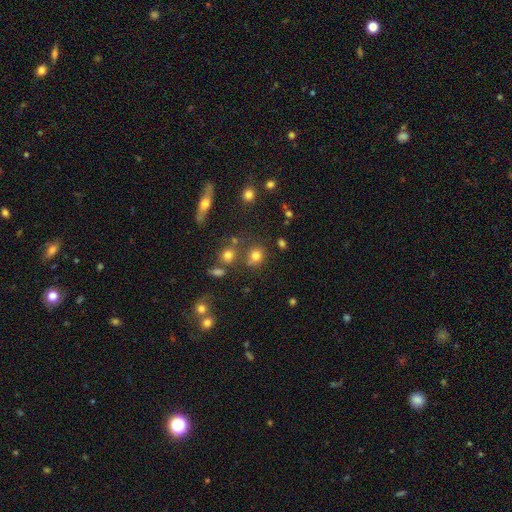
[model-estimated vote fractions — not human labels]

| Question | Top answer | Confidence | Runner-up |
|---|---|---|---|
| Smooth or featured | smooth | 74% | star or artifact (17%) |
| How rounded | round | 78% | in between (21%) |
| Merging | none | 66% | merger (15%) |